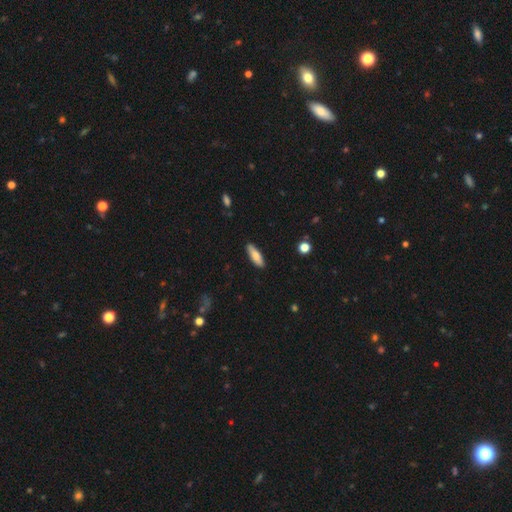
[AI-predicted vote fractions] A smooth galaxy with no disk features (75%) that is cigar-shaped (54%). Merging: none (88%).